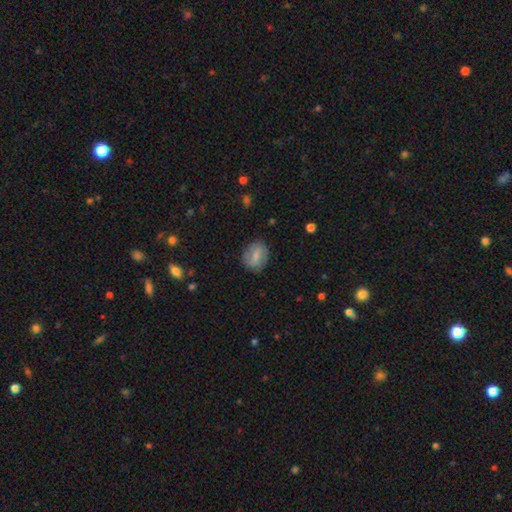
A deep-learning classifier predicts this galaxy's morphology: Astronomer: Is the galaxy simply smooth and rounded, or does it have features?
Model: smooth — 69%.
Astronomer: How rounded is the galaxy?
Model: round — 55% (runner-up: in between, 43%).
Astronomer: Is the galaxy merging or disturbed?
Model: none — 80%.